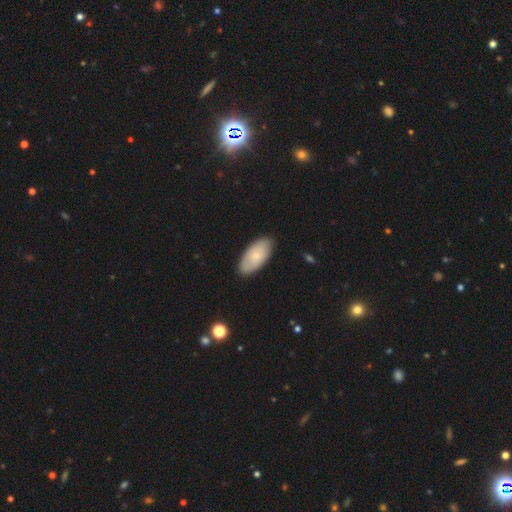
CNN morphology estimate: Q: Smooth or featured?
A: smooth (71%); runner-up: featured or disk (23%)
Q: How rounded?
A: in between (93%); runner-up: cigar-shaped (5%)
Q: Merging?
A: none (84%); runner-up: minor disturbance (13%)